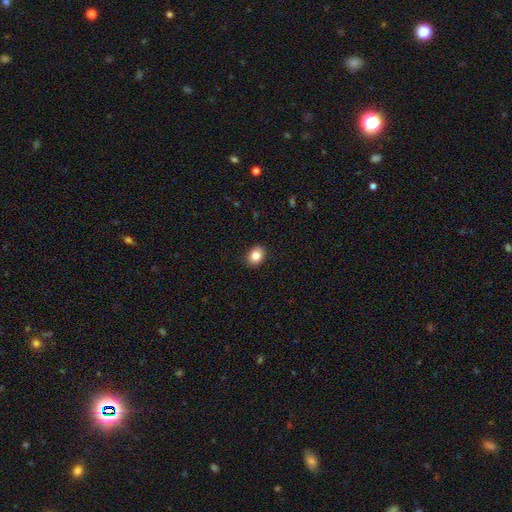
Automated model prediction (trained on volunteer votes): smooth 84%, star or artifact 9%, featured or disk 7%. Down the decision tree: how rounded — in between (54%); merging — none (90%).